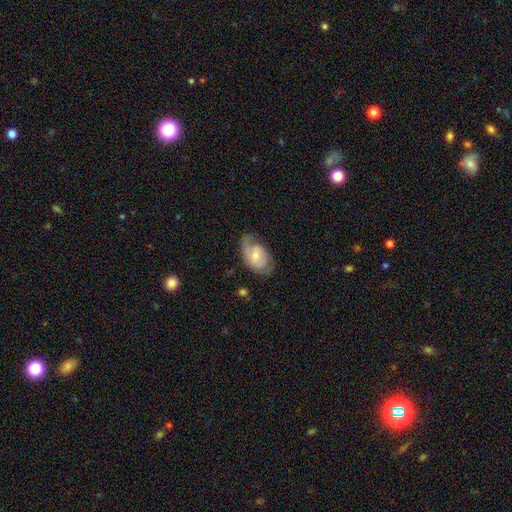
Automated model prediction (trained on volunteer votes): This is possibly a featured or disk galaxy (57%). It is clearly not viewed edge-on (95%). Bar: likely no (61%). Spiral arm pattern: likely yes (79%). Central bulge: possibly small (47%). Merging: possibly none (48%).